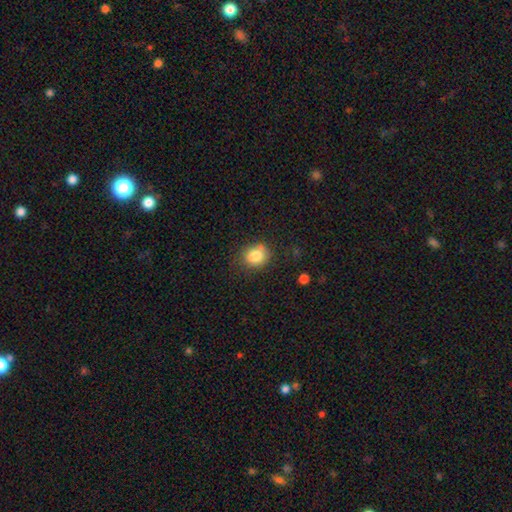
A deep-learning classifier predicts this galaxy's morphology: This is clearly a smooth galaxy (83%). How rounded: likely round (64%). Merging: likely none (72%).